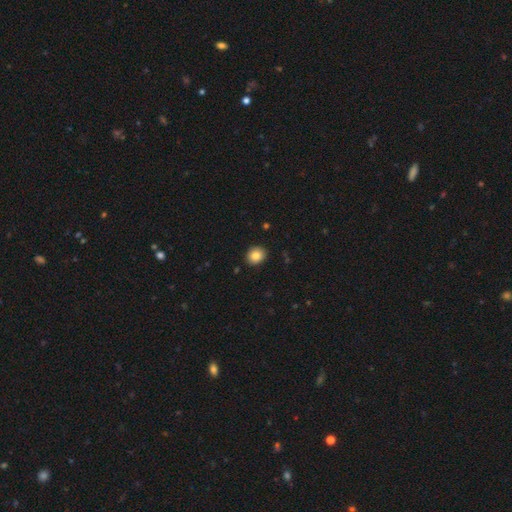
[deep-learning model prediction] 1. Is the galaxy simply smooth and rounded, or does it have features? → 85% smooth, 9% star or artifact, 6% featured or disk.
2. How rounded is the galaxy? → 70% round, 29% in between, 1% cigar-shaped.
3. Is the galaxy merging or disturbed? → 91% none, 7% minor disturbance, 2% major disturbance, 1% merger.